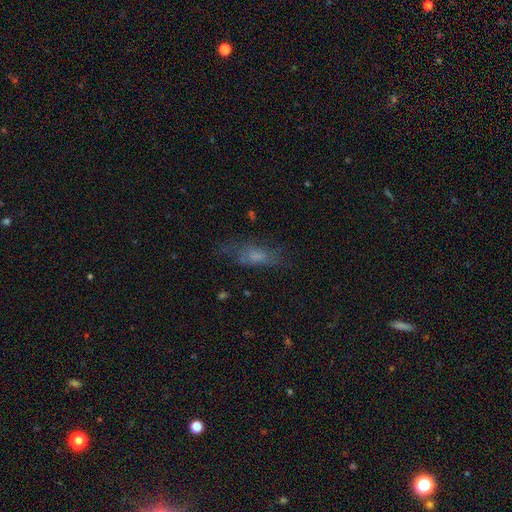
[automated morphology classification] smooth-or-featured: smooth: 57% | featured or disk: 28% | star or artifact: 15%
  how-rounded: in between: 60% | cigar-shaped: 36% | round: 4%
  merging: none: 59% | minor disturbance: 22% | major disturbance: 16% | merger: 3%